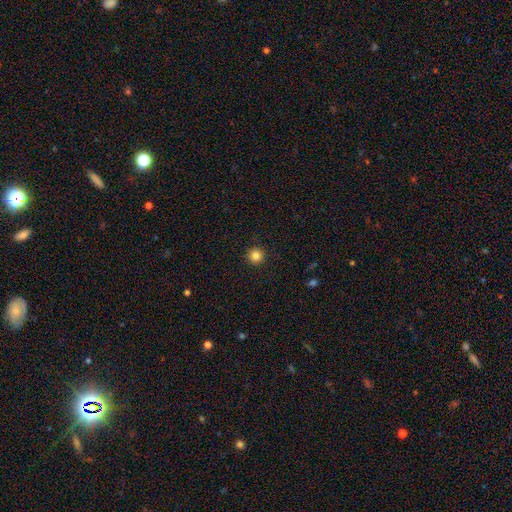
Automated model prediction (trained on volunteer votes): This is clearly a smooth galaxy (84%). How rounded: clearly round (96%). Merging: clearly none (93%).